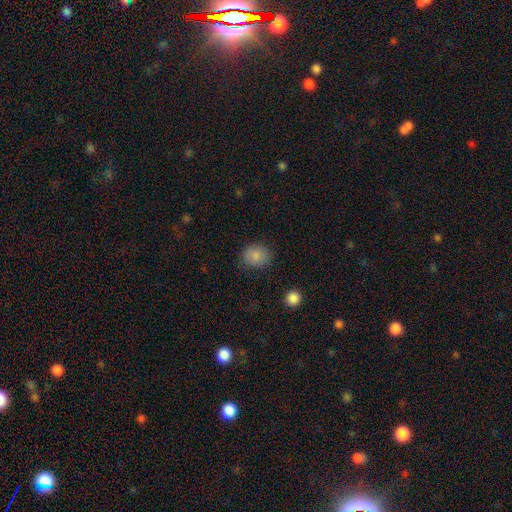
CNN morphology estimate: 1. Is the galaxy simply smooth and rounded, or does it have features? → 86% smooth, 9% star or artifact, 5% featured or disk.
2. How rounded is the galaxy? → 56% round, 43% in between, 1% cigar-shaped.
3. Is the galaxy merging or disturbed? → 82% none, 13% minor disturbance, 4% major disturbance, 1% merger.